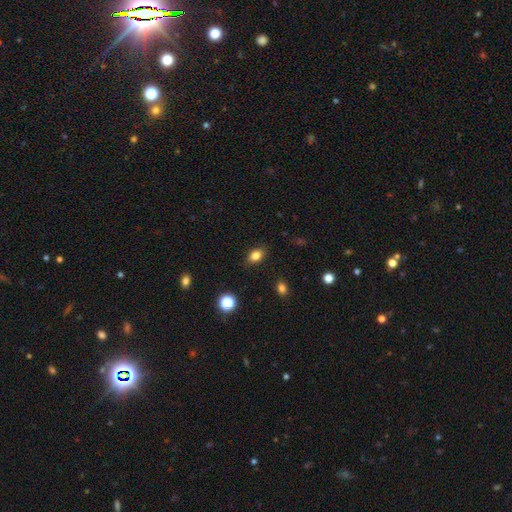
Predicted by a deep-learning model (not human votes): smooth-or-featured: smooth: 82% | star or artifact: 11% | featured or disk: 6%
  how-rounded: in between: 75% | round: 23% | cigar-shaped: 2%
  merging: none: 85% | minor disturbance: 11% | major disturbance: 3% | merger: 1%